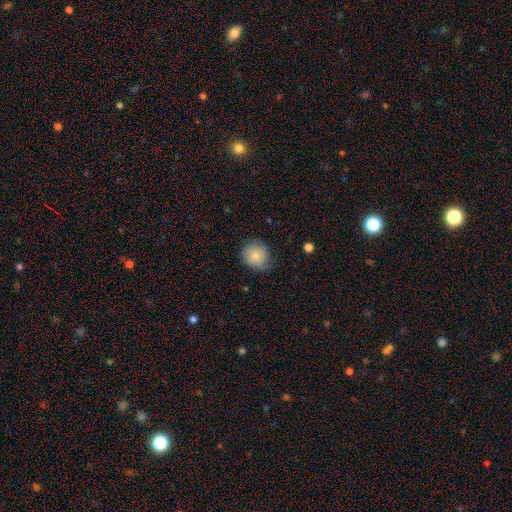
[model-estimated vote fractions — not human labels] smooth 80%, featured or disk 12%, star or artifact 8%. Down the decision tree: how rounded — round (86%); merging — none (67%).